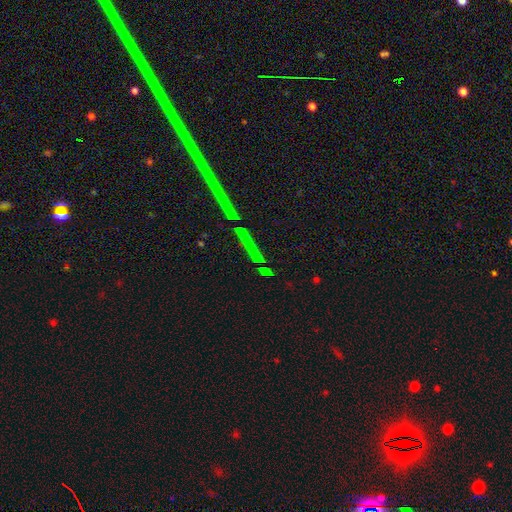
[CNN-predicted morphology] Smooth or featured?
  - star or artifact: 63% *
  - featured or disk: 21%
  - smooth: 16%